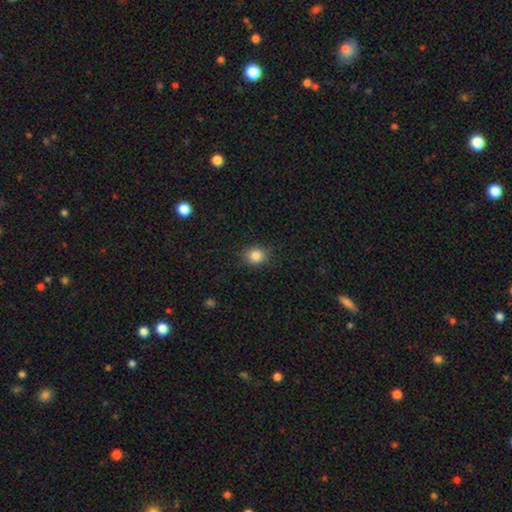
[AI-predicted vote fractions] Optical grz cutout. It shows a smooth galaxy with no disk features (85%) that is round (74%). Merging: none (86%).